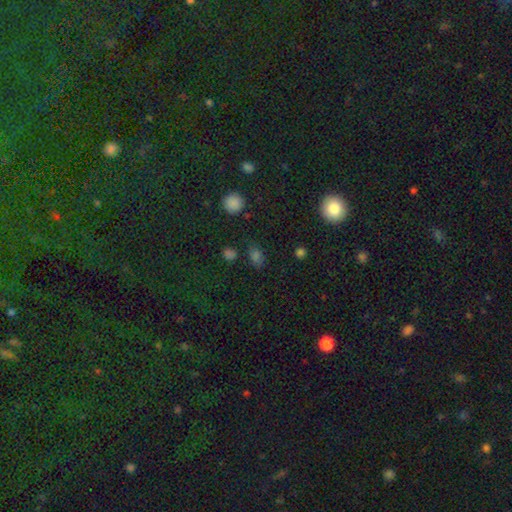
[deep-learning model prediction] This is likely a smooth galaxy (64%). How rounded: likely in between (65%). Merging: likely none (77%).